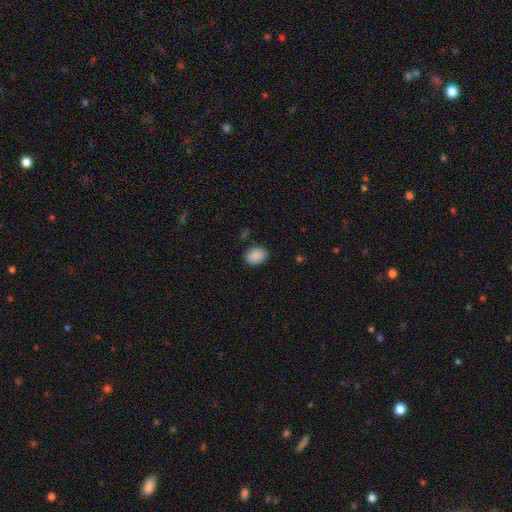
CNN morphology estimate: Smooth or featured?
  - smooth: 89% *
  - star or artifact: 8%
  - featured or disk: 3%
How rounded?
  - in between: 58% *
  - round: 41%
  - cigar-shaped: 1%
Merging?
  - none: 83% *
  - minor disturbance: 13%
  - major disturbance: 3%
  - merger: 2%